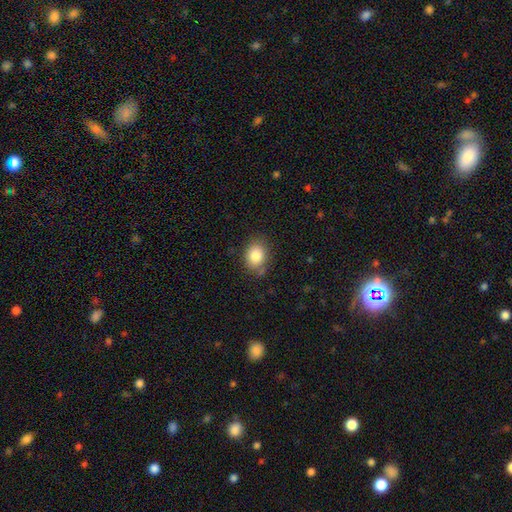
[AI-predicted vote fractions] smooth_or_featured: smooth (p=0.84) [alt: star or artifact p=0.09]
how_rounded: in between (p=0.54) [alt: round p=0.45]
merging: none (p=0.75) [alt: minor disturbance p=0.18]